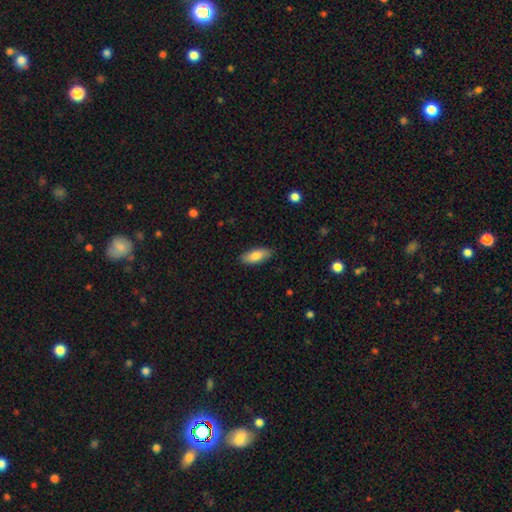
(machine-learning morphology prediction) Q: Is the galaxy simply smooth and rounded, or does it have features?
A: smooth — 80%.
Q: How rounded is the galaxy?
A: in between — 82%.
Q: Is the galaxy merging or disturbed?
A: none — 88%.